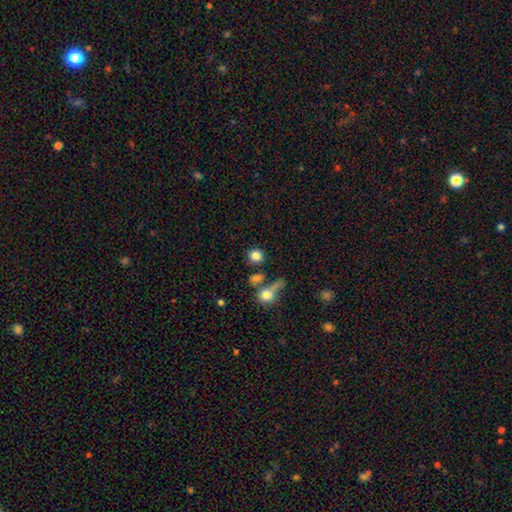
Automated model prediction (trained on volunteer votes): This appears to be a smooth galaxy with no disk features (82%) that is round (87%). Merging: none (74%).